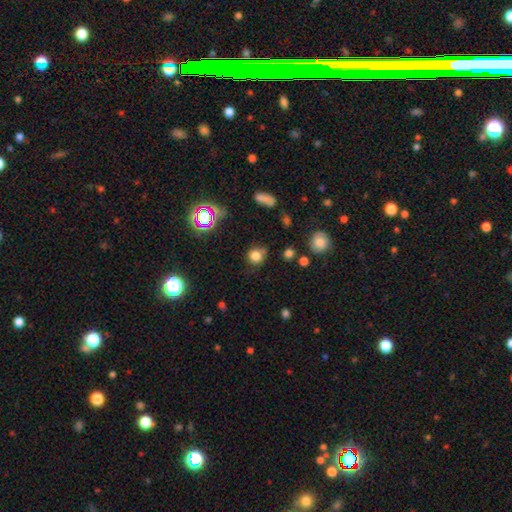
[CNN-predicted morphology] The model was most divided on "merging": none: 65%, minor disturbance: 22%, major disturbance: 8%, merger: 5%. More confident: how rounded — round (81%); smooth or featured — smooth (75%).